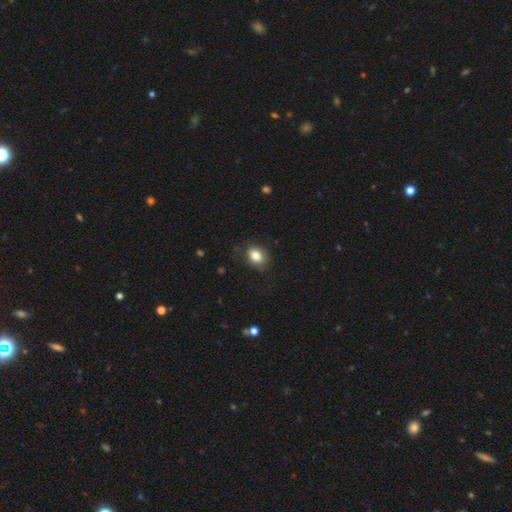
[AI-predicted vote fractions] Smooth or featured: smooth — 83% (featured or disk — 9%)
How rounded: in between — 70% (round — 29%)
Merging: none — 81% (minor disturbance — 14%)